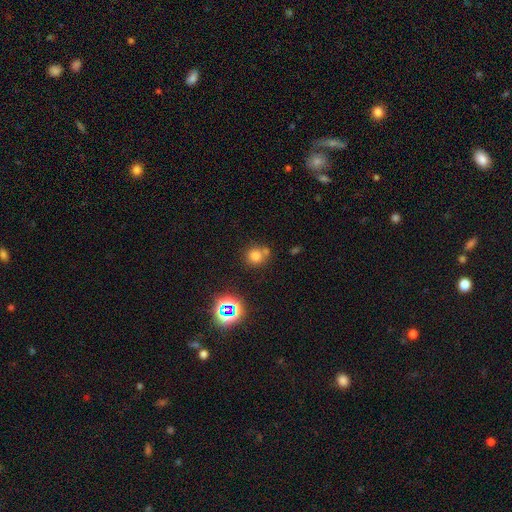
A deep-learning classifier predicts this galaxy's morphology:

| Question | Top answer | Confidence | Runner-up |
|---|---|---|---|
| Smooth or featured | smooth | 73% | star or artifact (19%) |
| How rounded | round | 89% | in between (10%) |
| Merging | none | 63% | merger (21%) |